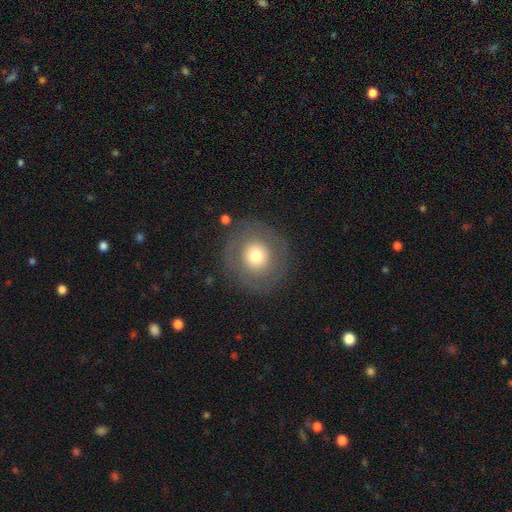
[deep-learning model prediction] Q: Smooth or featured?
A: smooth (57%); runner-up: featured or disk (33%)
Q: How rounded?
A: round (90%); runner-up: in between (9%)
Q: Merging?
A: none (82%); runner-up: minor disturbance (10%)